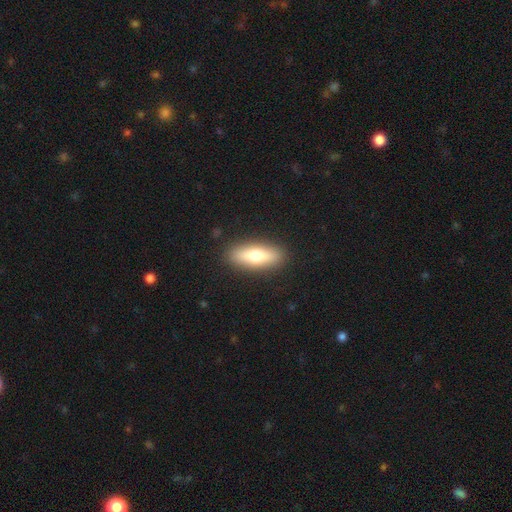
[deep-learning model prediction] Morphology: type=smooth (67%); roundness=in between (59%); merging=none (89%).